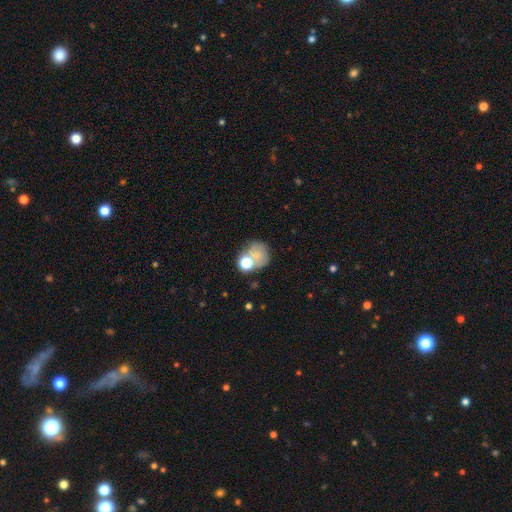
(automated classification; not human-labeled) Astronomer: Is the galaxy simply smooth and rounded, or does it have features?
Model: smooth — 64%.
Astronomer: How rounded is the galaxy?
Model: round — 69%.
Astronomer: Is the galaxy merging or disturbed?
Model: none — 44% (runner-up: merger, 26%).